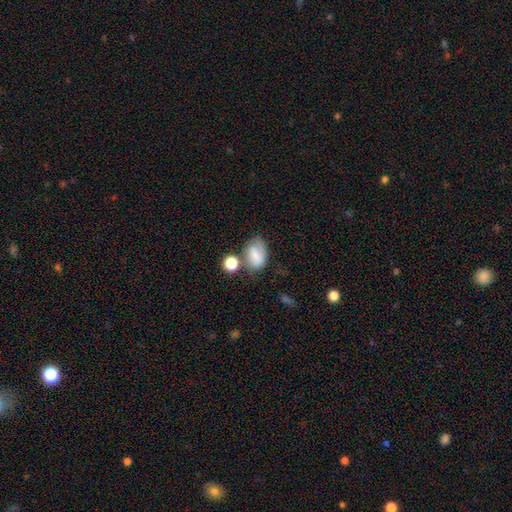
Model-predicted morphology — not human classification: The model was most divided on "merging": none: 50%, minor disturbance: 23%, merger: 17%, major disturbance: 10%. More confident: how rounded — in between (84%); smooth or featured — smooth (74%).